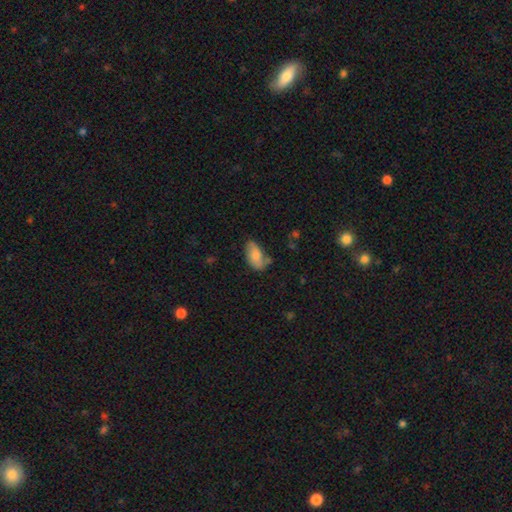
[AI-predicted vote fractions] Smooth or featured? smooth (70%)
How rounded? in between (92%)
Merging? none (50%)